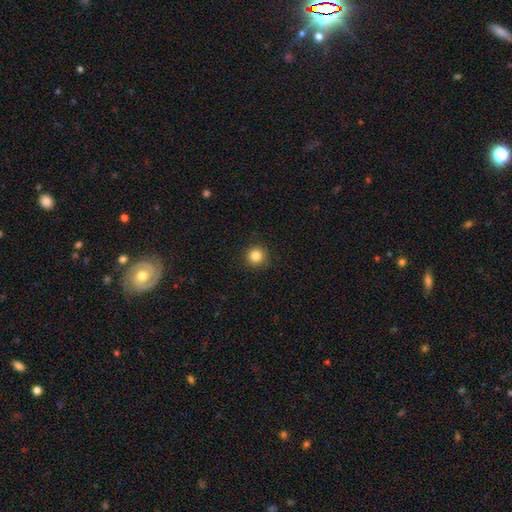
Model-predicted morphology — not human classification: This is clearly a smooth galaxy (84%). How rounded: clearly round (95%). Merging: clearly none (92%).